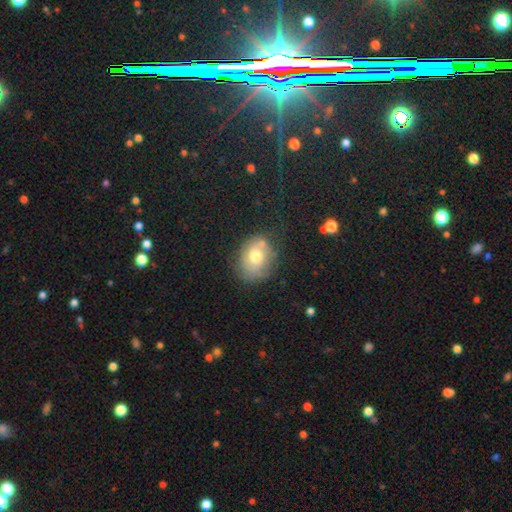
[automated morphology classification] This is likely a smooth galaxy (65%). How rounded: possibly in between (54%). Merging: likely none (62%).